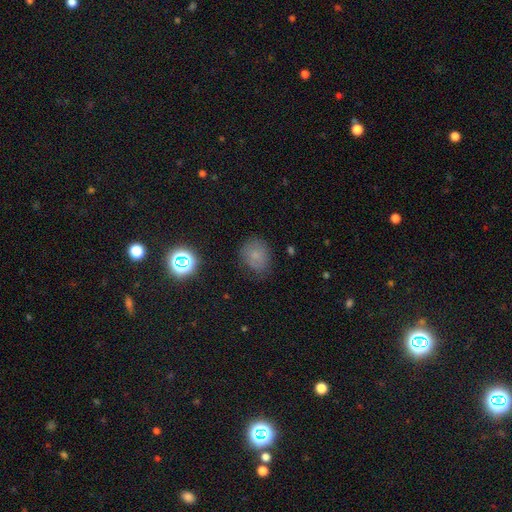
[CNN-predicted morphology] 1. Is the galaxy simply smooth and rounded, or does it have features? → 71% smooth, 16% star or artifact, 12% featured or disk.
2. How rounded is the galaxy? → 60% round, 39% in between, 1% cigar-shaped.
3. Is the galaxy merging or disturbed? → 68% none, 23% minor disturbance, 6% major disturbance, 2% merger.